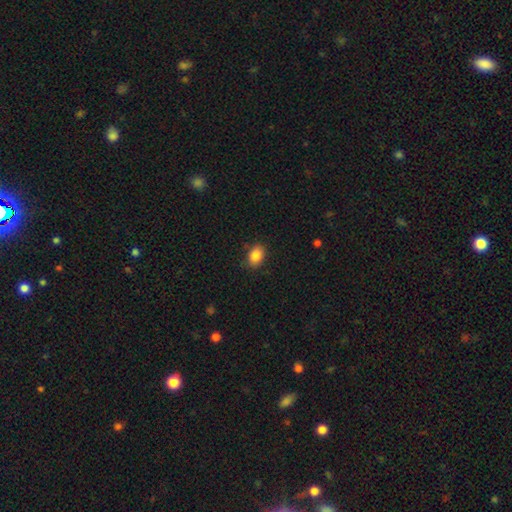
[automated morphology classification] Smooth or featured? smooth (87%)
How rounded? in between (79%)
Merging? none (85%)